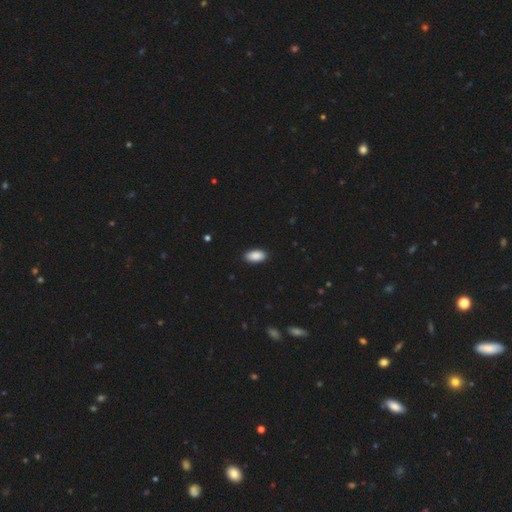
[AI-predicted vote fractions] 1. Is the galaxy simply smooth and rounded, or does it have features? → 90% smooth, 7% star or artifact, 4% featured or disk.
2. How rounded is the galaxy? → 94% in between, 3% cigar-shaped, 3% round.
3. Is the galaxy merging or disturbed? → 88% none, 9% minor disturbance, 2% major disturbance, 1% merger.